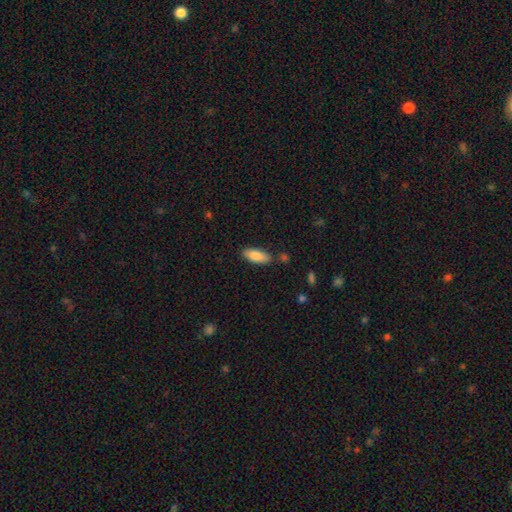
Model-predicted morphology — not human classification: Smooth or featured?
  - smooth: 84% *
  - featured or disk: 10%
  - star or artifact: 6%
How rounded?
  - in between: 75% *
  - cigar-shaped: 23%
  - round: 2%
Merging?
  - none: 81% *
  - minor disturbance: 12%
  - merger: 4%
  - major disturbance: 3%